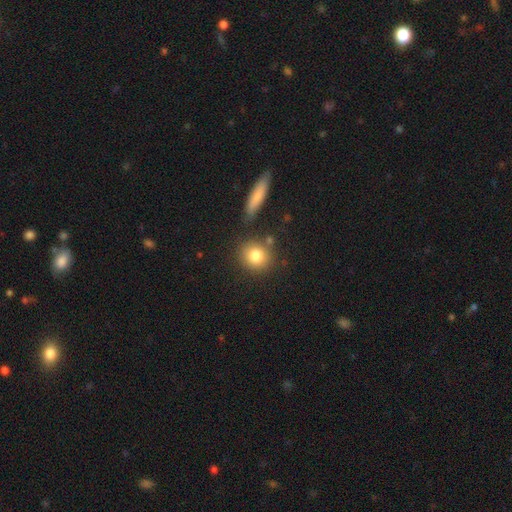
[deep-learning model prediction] smooth-or-featured: smooth: 82% | featured or disk: 9% | star or artifact: 9%
  how-rounded: round: 82% | in between: 16% | cigar-shaped: 2%
  merging: none: 78% | minor disturbance: 10% | merger: 9% | major disturbance: 3%